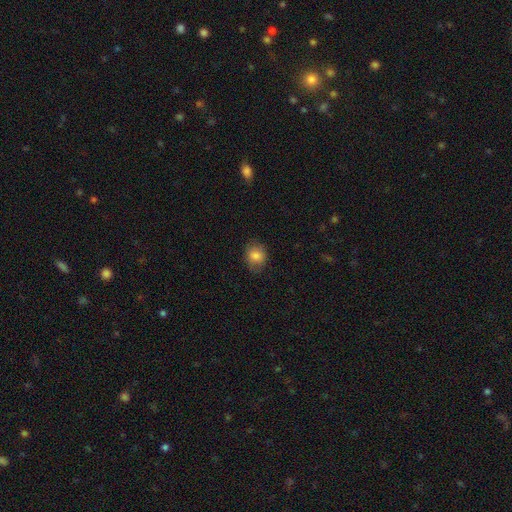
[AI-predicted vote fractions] smooth_or_featured: smooth (p=0.83) [alt: star or artifact p=0.09]
how_rounded: round (p=0.59) [alt: in between p=0.40]
merging: none (p=0.78) [alt: minor disturbance p=0.16]